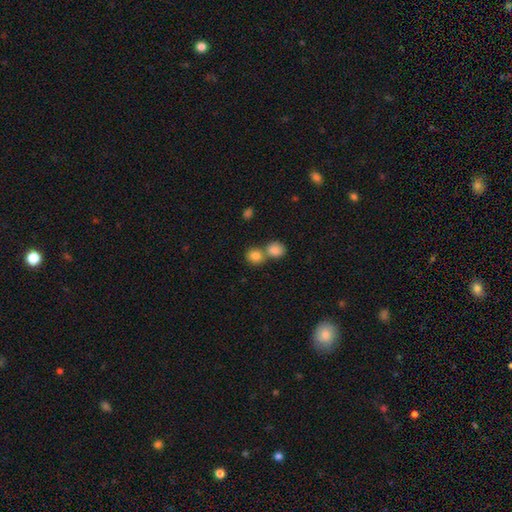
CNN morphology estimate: Overall: smooth (84%). How rounded: round (79%). Merging: none (46%; merger 44%).